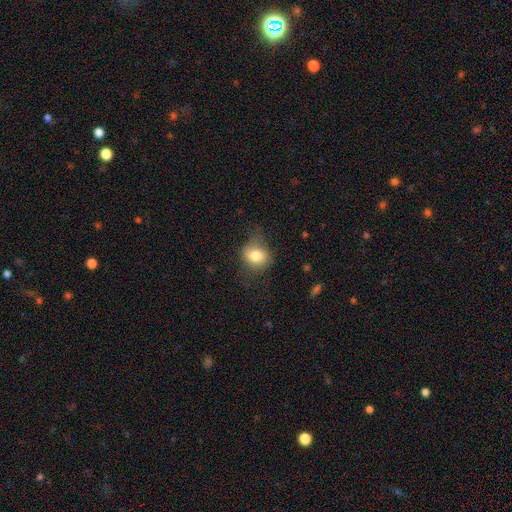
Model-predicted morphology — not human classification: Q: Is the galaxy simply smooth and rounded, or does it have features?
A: smooth — 78%.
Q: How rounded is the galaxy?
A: round — 59%.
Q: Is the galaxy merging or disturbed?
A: none — 60%.